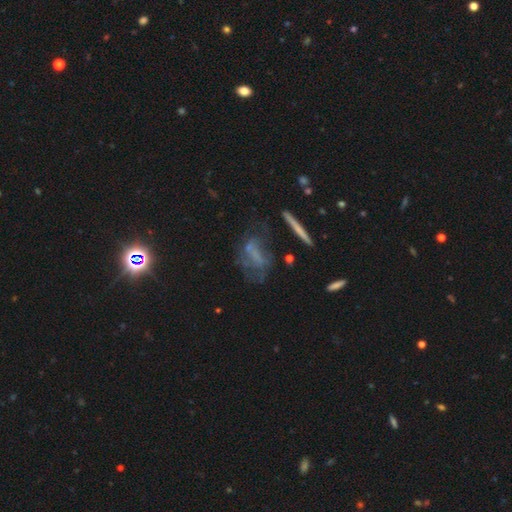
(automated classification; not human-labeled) Smooth or featured?
  - featured or disk: 47% *
  - smooth: 32%
  - star or artifact: 21%
Merging?
  - none: 44% *
  - major disturbance: 28%
  - minor disturbance: 20%
  - merger: 8%